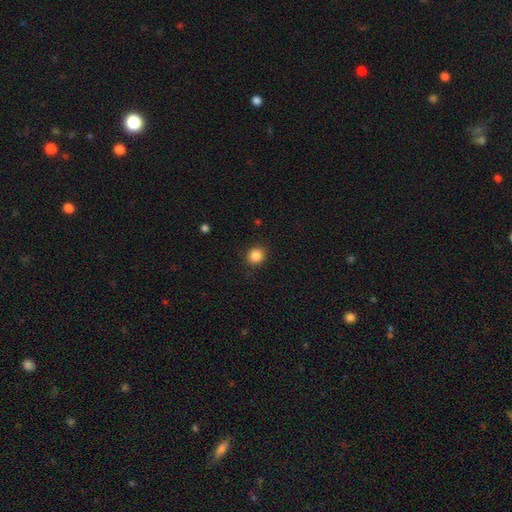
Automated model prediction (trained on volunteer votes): Overall: smooth (85%). How rounded: round (85%). Merging: none (89%).